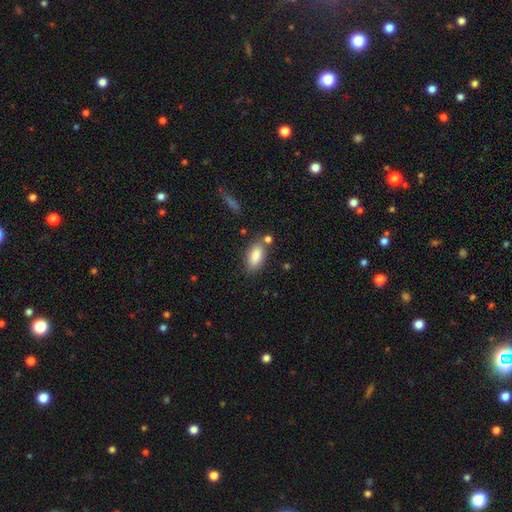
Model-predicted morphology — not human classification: Smooth or featured? smooth (86%)
How rounded? in between (86%)
Merging? none (71%)